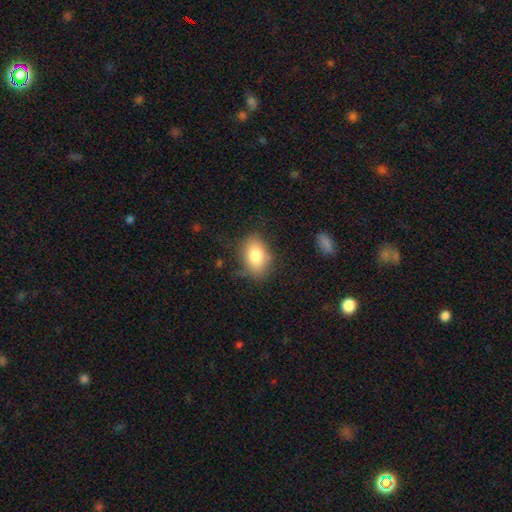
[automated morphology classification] smooth-or-featured: smooth: 80% | featured or disk: 12% | star or artifact: 8%
  how-rounded: in between: 85% | round: 13% | cigar-shaped: 1%
  merging: none: 73% | minor disturbance: 19% | major disturbance: 6% | merger: 2%